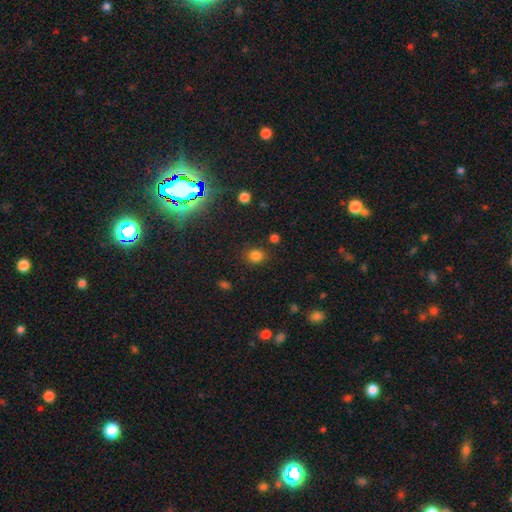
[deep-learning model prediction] smooth-or-featured: smooth: 79% | star or artifact: 16% | featured or disk: 5%
  how-rounded: round: 70% | in between: 29% | cigar-shaped: 1%
  merging: none: 83% | minor disturbance: 11% | major disturbance: 4% | merger: 3%